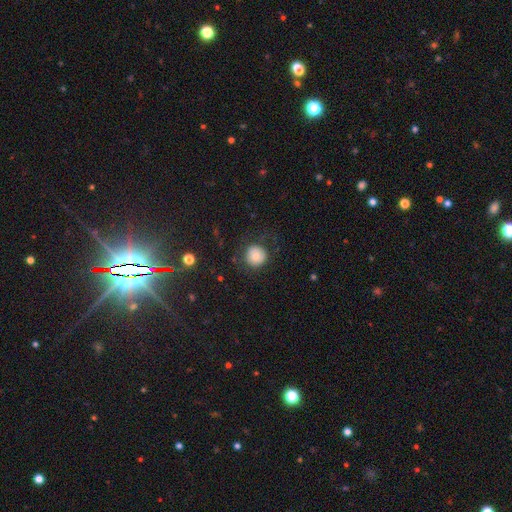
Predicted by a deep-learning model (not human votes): Smooth or featured? smooth (81%)
How rounded? round (91%)
Merging? none (74%)